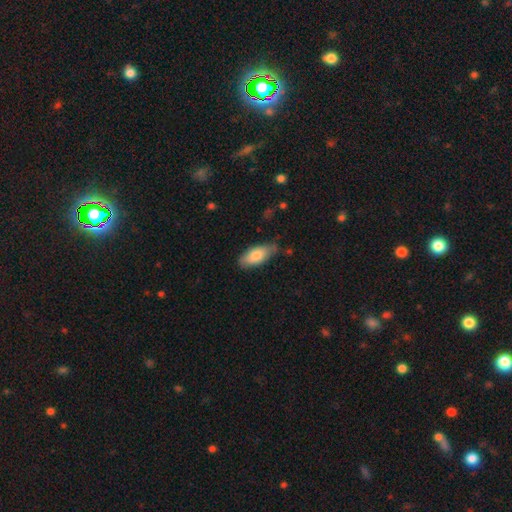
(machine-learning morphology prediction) Smooth or featured: smooth — 77% (featured or disk — 17%)
How rounded: in between — 85% (cigar-shaped — 13%)
Merging: none — 72% (minor disturbance — 23%)